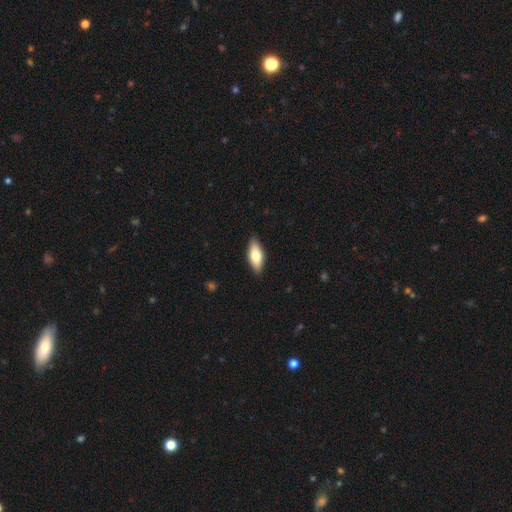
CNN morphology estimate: Smooth or featured: smooth — 70% (featured or disk — 24%)
How rounded: in between — 78% (cigar-shaped — 19%)
Merging: none — 88% (minor disturbance — 9%)